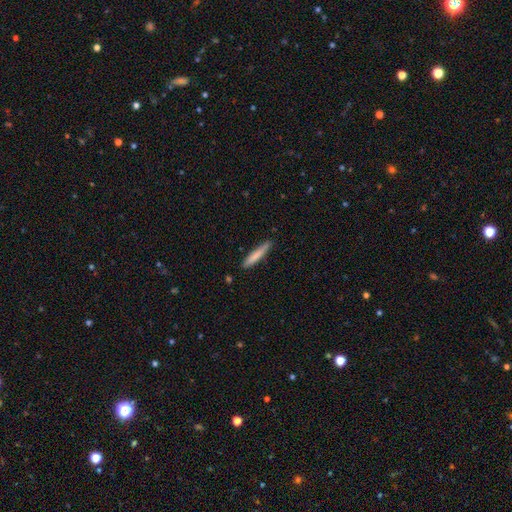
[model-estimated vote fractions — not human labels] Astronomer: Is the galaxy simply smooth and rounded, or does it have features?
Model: smooth — 78%.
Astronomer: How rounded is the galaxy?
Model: cigar-shaped — 93%.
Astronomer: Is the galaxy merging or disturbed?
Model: none — 84%.